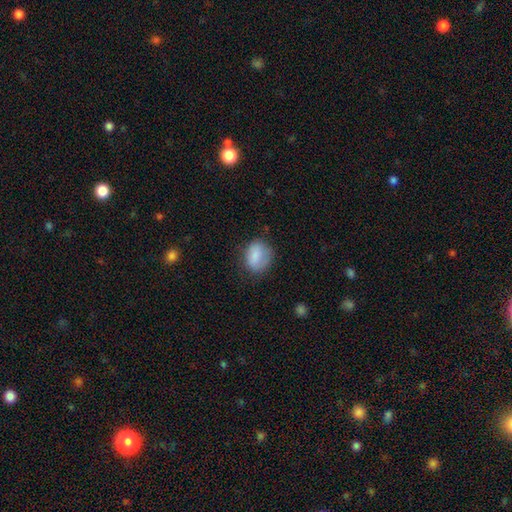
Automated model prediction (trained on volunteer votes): smooth 82%, featured or disk 10%, star or artifact 8%. Down the decision tree: how rounded — in between (58%); merging — none (63%).